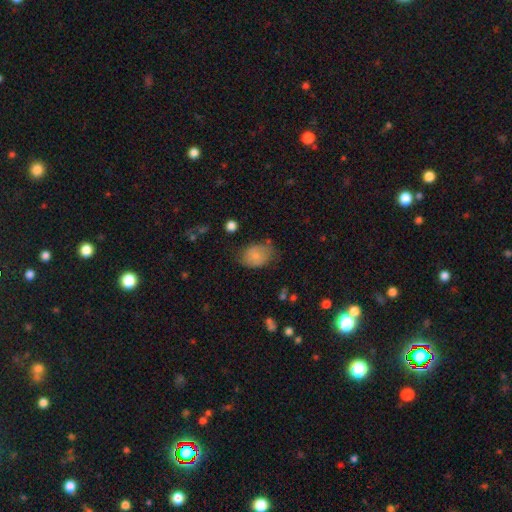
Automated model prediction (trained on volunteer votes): A smooth galaxy with no disk features (73%) that is in between round and cigar-shaped (73%).

Vote fractions:
- Smooth or featured? smooth: 73% / featured or disk: 19% / star or artifact: 8%
- How rounded? in between: 73% / round: 26% / cigar-shaped: 1%
- Merging? none: 58% / minor disturbance: 29% / major disturbance: 10% / merger: 2%